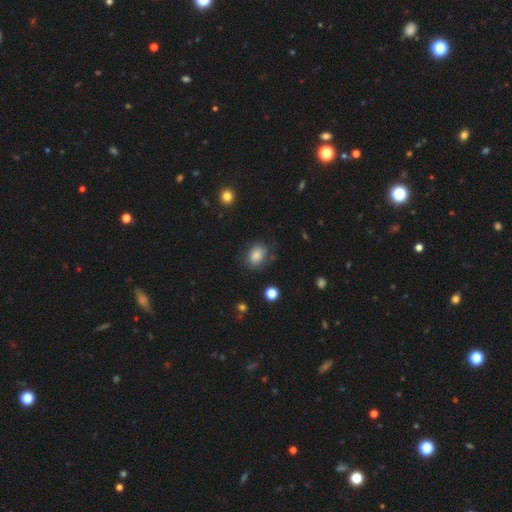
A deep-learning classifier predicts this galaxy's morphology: The model was most divided on "how rounded": in between: 72%, round: 26%, cigar-shaped: 1%. More confident: smooth or featured — smooth (78%); merging — none (70%).